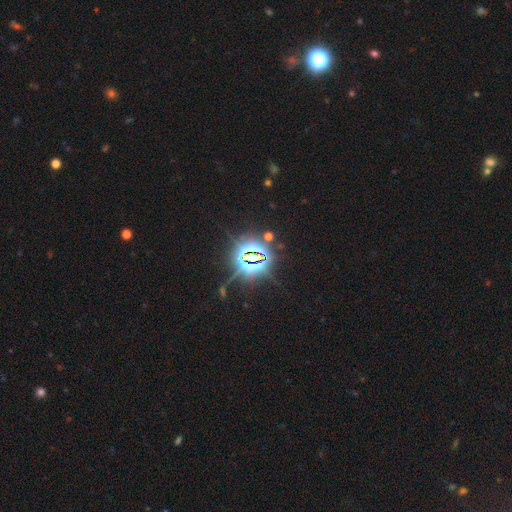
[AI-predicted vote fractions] Morphology: type=star or artifact (84%).